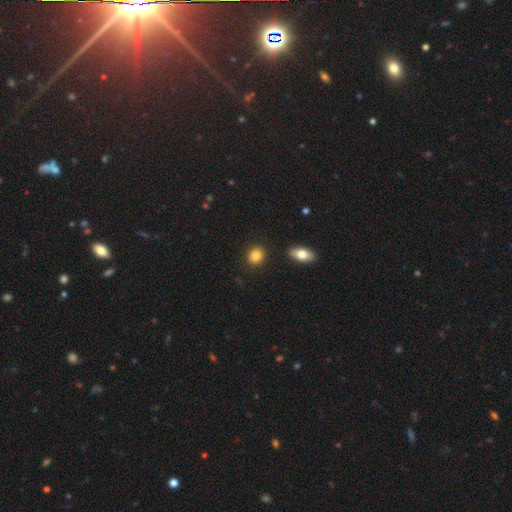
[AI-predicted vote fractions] Overall: smooth (86%). How rounded: round (59%; in between 39%). Merging: none (88%).